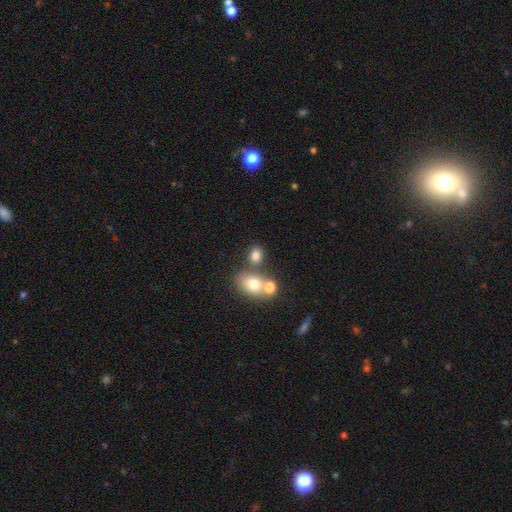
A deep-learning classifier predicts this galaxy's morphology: A smooth galaxy with no disk features (77%) that is in between round and cigar-shaped (53%).

Vote fractions:
- Smooth or featured? smooth: 77% / star or artifact: 13% / featured or disk: 10%
- How rounded? in between: 53% / round: 45% / cigar-shaped: 1%
- Merging? none: 56% / merger: 29% / minor disturbance: 10% / major disturbance: 5%